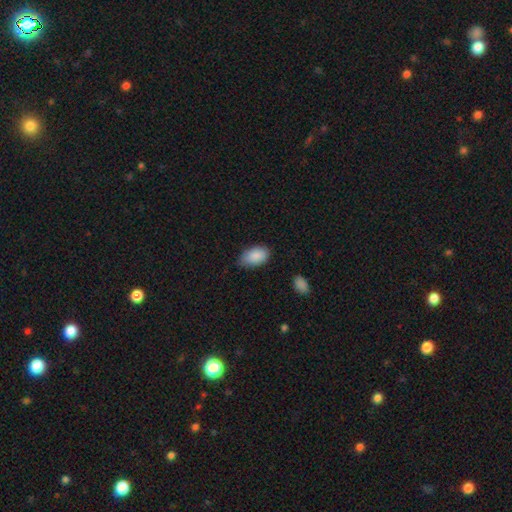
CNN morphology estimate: A smooth galaxy with no disk features (88%) that is in between round and cigar-shaped (94%).

Vote fractions:
- Smooth or featured? smooth: 88% / star or artifact: 6% / featured or disk: 5%
- How rounded? in between: 94% / round: 4% / cigar-shaped: 2%
- Merging? none: 65% / minor disturbance: 29% / major disturbance: 4% / merger: 2%